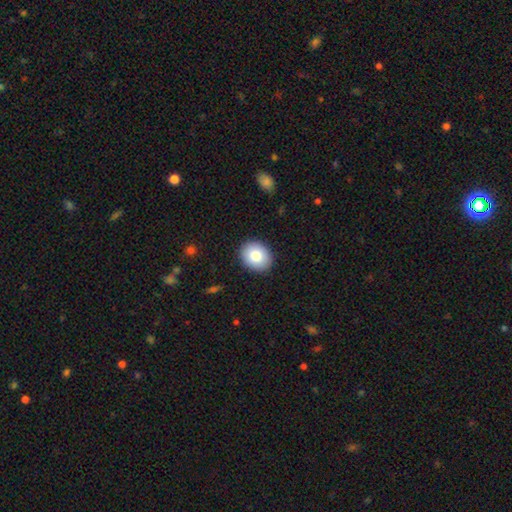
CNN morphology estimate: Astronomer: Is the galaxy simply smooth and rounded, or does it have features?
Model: smooth — 82%.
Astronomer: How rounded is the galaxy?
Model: round — 52% (runner-up: in between, 47%).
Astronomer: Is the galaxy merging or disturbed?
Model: none — 90%.